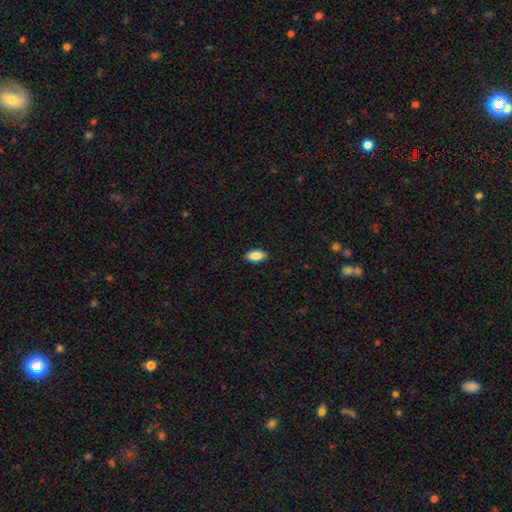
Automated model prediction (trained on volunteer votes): This is clearly a smooth galaxy (89%). How rounded: clearly in between (91%). Merging: clearly none (89%).